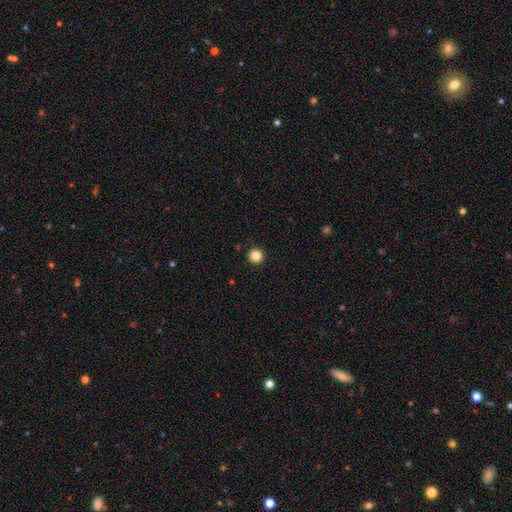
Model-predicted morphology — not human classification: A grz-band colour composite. It shows a smooth galaxy with no disk features (85%) that is round (97%). Merging: none (94%).